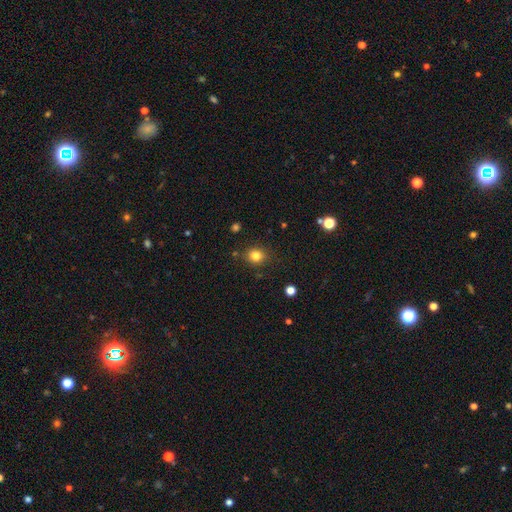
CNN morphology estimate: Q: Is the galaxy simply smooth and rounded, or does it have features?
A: smooth — 82%.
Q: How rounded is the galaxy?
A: round — 77%.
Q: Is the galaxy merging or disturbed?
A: none — 85%.